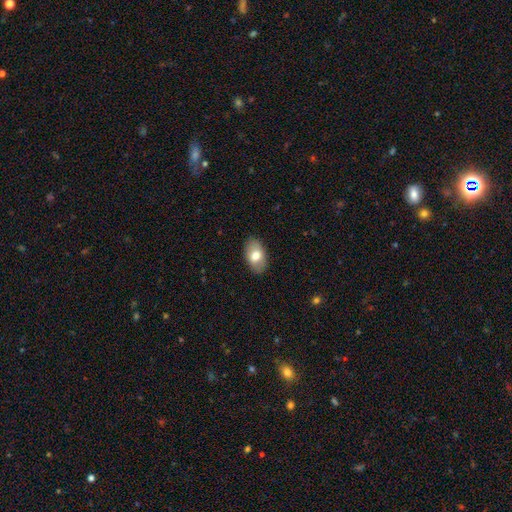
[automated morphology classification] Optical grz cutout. It shows a smooth galaxy with no disk features (74%) that is in between round and cigar-shaped (91%). Merging: none (87%).